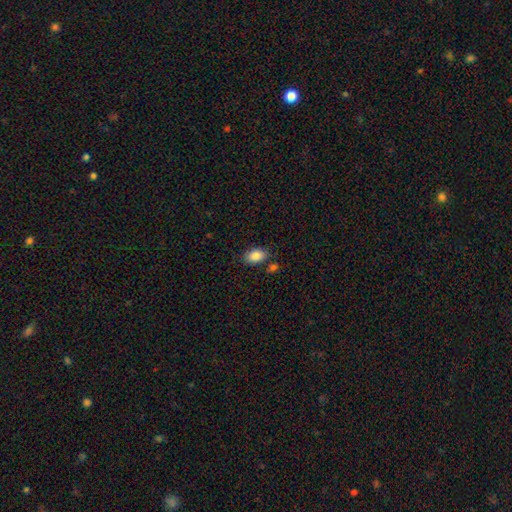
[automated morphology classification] This appears to be a smooth galaxy with no disk features (88%) that is in between round and cigar-shaped (90%). Merging: none (77%).